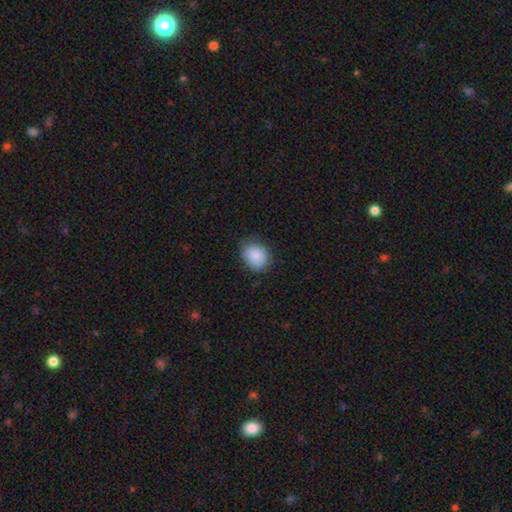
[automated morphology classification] Smooth or featured?
  - smooth: 88% *
  - star or artifact: 7%
  - featured or disk: 4%
How rounded?
  - round: 55% *
  - in between: 44%
  - cigar-shaped: 1%
Merging?
  - none: 75% *
  - minor disturbance: 20%
  - major disturbance: 4%
  - merger: 1%